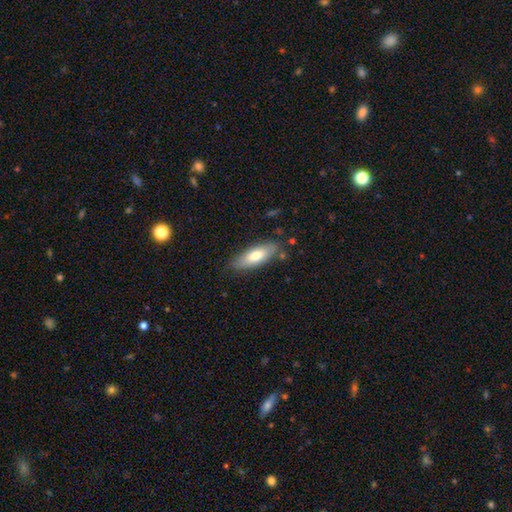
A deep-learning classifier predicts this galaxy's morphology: This is likely a smooth galaxy (71%). How rounded: likely in between (67%). Merging: likely none (78%).